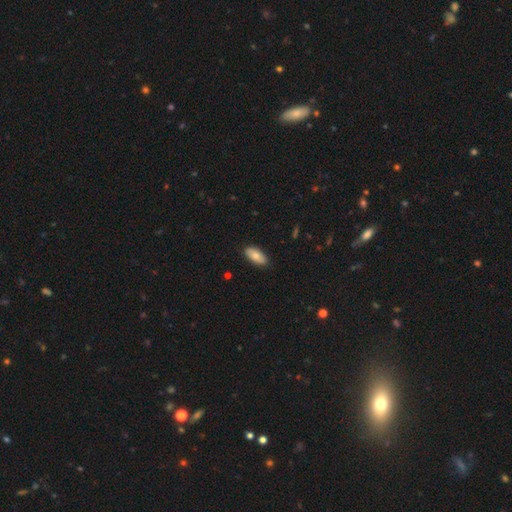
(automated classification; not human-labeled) Smooth or featured? smooth (78%)
How rounded? in between (92%)
Merging? none (87%)